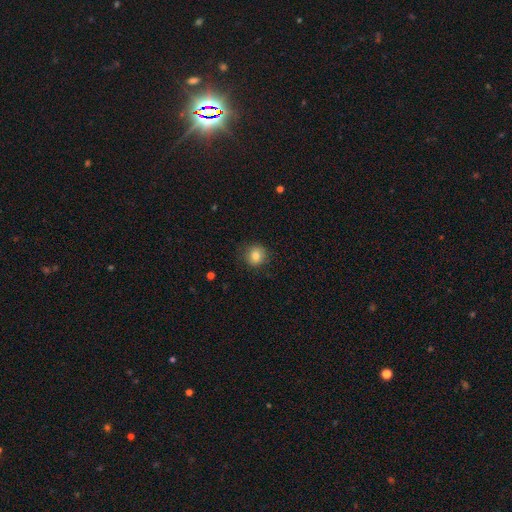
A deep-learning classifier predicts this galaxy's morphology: smooth_or_featured: smooth (p=0.83) [alt: star or artifact p=0.10]
how_rounded: round (p=0.85) [alt: in between p=0.14]
merging: none (p=0.84) [alt: minor disturbance p=0.12]